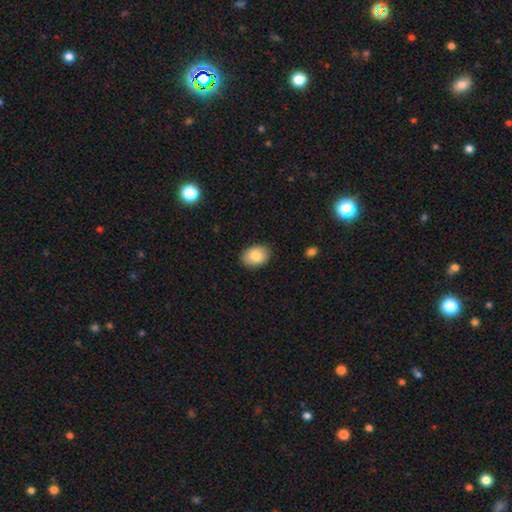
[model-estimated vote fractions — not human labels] smooth-or-featured: smooth: 83% | featured or disk: 10% | star or artifact: 7%
  how-rounded: in between: 79% | round: 20% | cigar-shaped: 1%
  merging: none: 86% | minor disturbance: 11% | major disturbance: 2% | merger: 1%